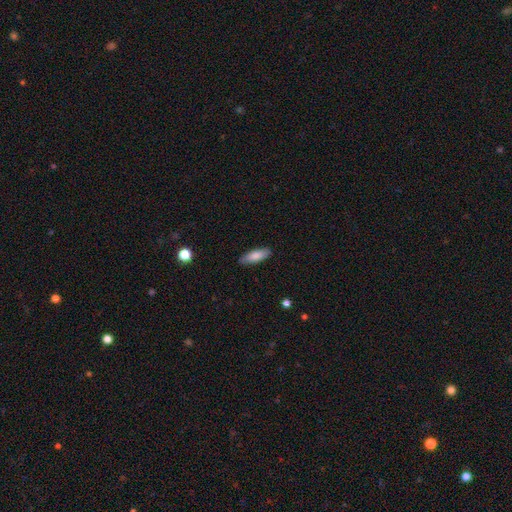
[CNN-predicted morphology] Overall: smooth (83%). How rounded: in between (60%; cigar-shaped 38%). Merging: none (86%).